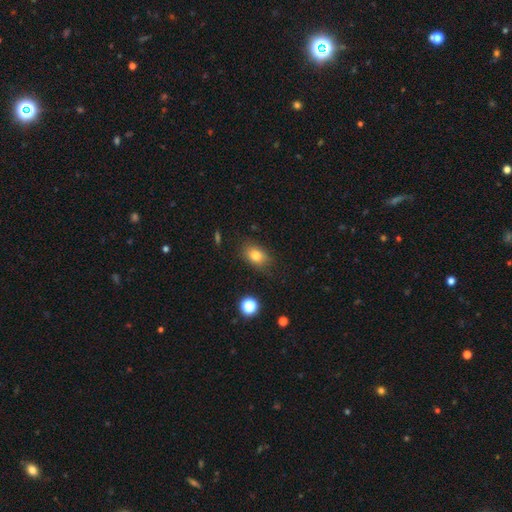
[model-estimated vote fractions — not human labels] This appears to be a smooth galaxy with no disk features (78%) that is in between round and cigar-shaped (74%). Merging: none (80%).